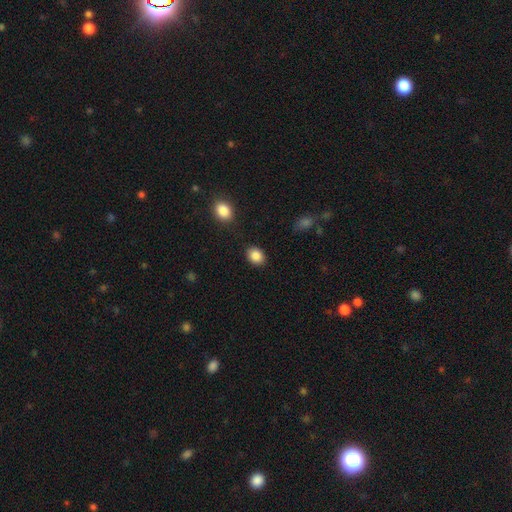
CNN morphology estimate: smooth-or-featured: smooth: 87% | star or artifact: 9% | featured or disk: 4%
  how-rounded: in between: 57% | round: 42% | cigar-shaped: 1%
  merging: none: 86% | minor disturbance: 9% | major disturbance: 3% | merger: 2%